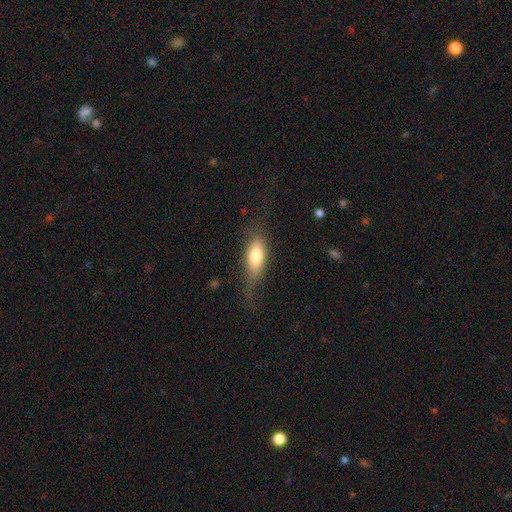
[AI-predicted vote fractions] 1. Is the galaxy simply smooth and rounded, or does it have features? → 70% smooth, 23% featured or disk, 7% star or artifact.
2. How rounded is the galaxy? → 77% in between, 19% cigar-shaped, 4% round.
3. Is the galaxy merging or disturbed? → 53% none, 26% minor disturbance, 19% major disturbance, 2% merger.